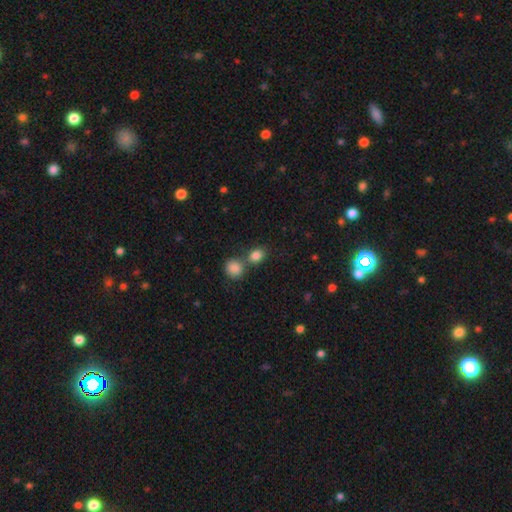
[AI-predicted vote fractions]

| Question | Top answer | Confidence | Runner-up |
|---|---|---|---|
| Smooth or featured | smooth | 84% | star or artifact (10%) |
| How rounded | round | 52% | in between (47%) |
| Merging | none | 51% | merger (37%) |